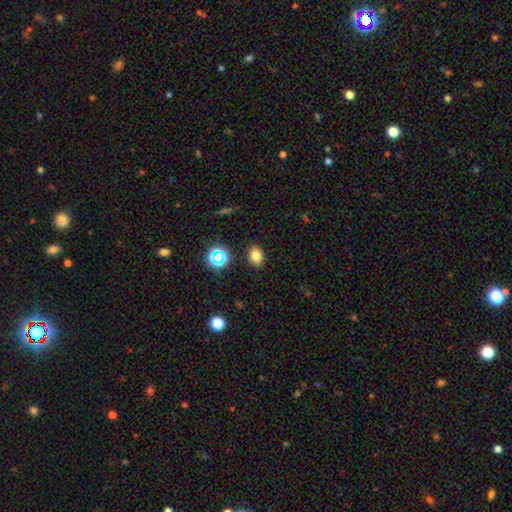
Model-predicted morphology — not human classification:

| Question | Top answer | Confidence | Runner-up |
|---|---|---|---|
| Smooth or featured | smooth | 76% | star or artifact (16%) |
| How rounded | in between | 63% | round (36%) |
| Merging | none | 87% | minor disturbance (9%) |